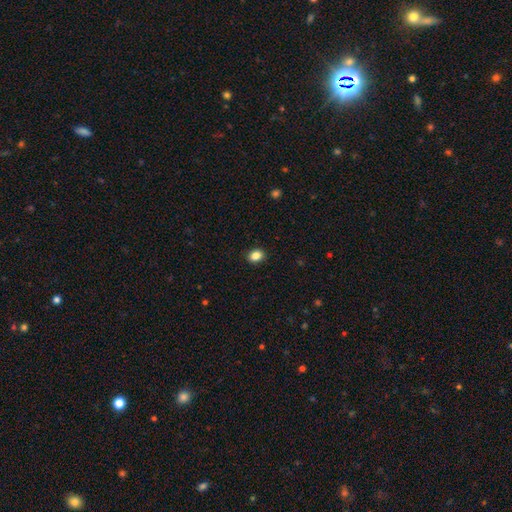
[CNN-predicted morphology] This is clearly a smooth galaxy (86%). How rounded: possibly in between (58%). Merging: clearly none (91%).